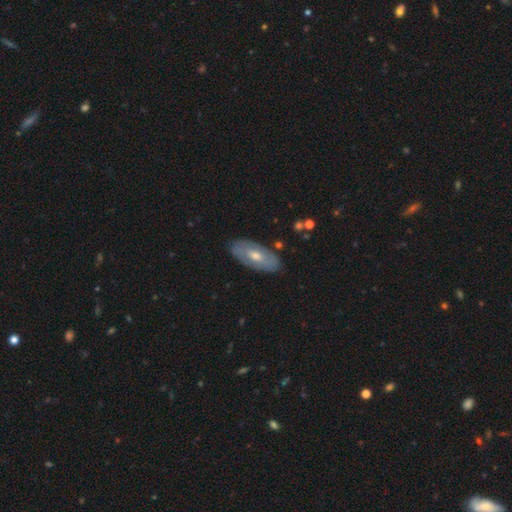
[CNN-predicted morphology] Smooth or featured?
  - featured or disk: 54% *
  - smooth: 40%
  - star or artifact: 7%
Edge-on disk?
  - no: 84% *
  - yes: 16%
Merging?
  - none: 85% *
  - minor disturbance: 11%
  - major disturbance: 2%
  - merger: 2%